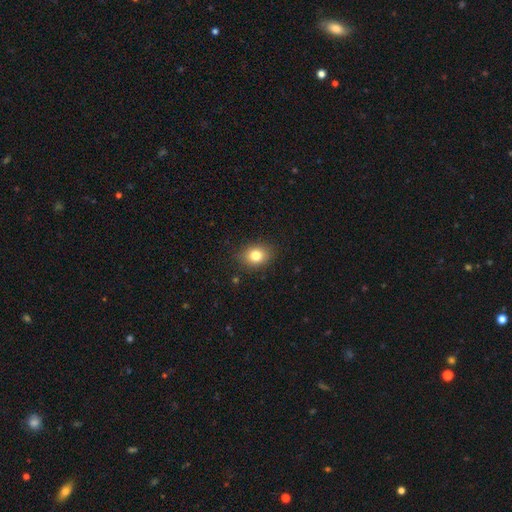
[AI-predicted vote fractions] Smooth or featured? smooth (80%)
How rounded? in between (52%)
Merging? none (86%)